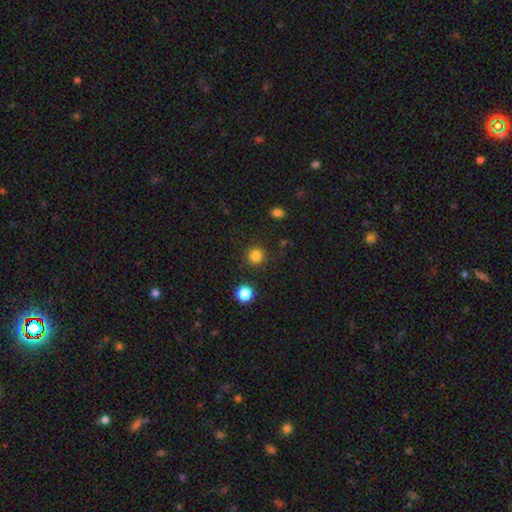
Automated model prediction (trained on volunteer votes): smooth_or_featured: smooth (p=0.83) [alt: star or artifact p=0.13]
how_rounded: round (p=0.94) [alt: in between p=0.05]
merging: none (p=0.90) [alt: minor disturbance p=0.06]